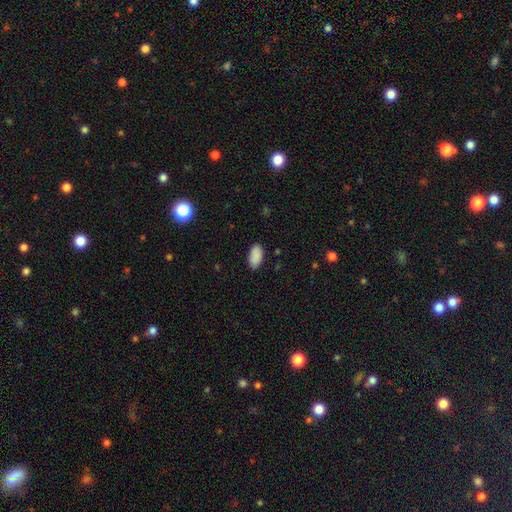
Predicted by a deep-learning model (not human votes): Q: Smooth or featured?
A: smooth (90%); runner-up: star or artifact (7%)
Q: How rounded?
A: in between (95%); runner-up: round (3%)
Q: Merging?
A: none (85%); runner-up: minor disturbance (11%)